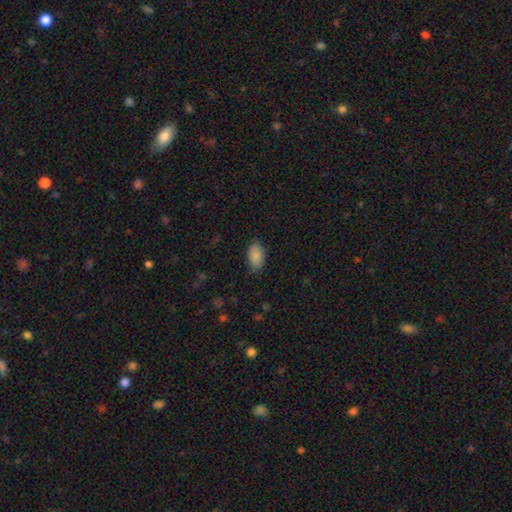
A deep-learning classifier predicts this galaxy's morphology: Smooth or featured: smooth — 87% (star or artifact — 7%)
How rounded: in between — 93% (round — 5%)
Merging: none — 82% (minor disturbance — 14%)